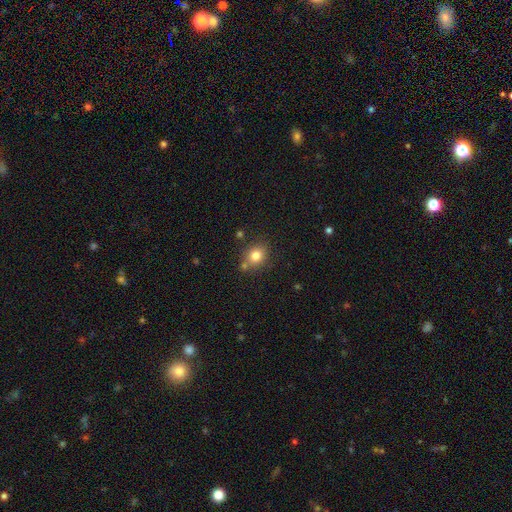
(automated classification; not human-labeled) smooth-or-featured: smooth: 80% | star or artifact: 12% | featured or disk: 8%
  how-rounded: round: 65% | in between: 34% | cigar-shaped: 1%
  merging: none: 72% | minor disturbance: 13% | merger: 12% | major disturbance: 3%